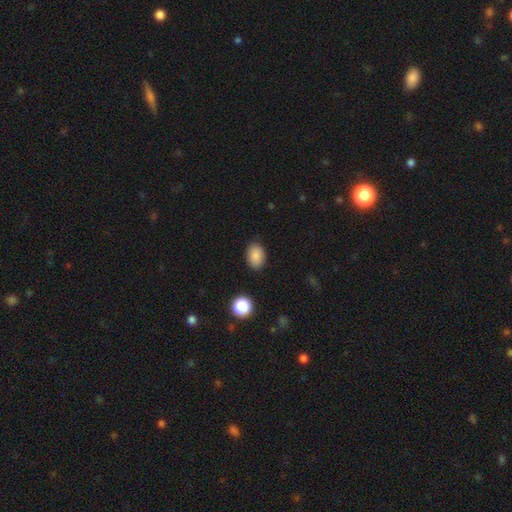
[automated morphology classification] Smooth or featured: smooth — 86% (star or artifact — 9%)
How rounded: in between — 79% (round — 20%)
Merging: none — 86% (minor disturbance — 10%)